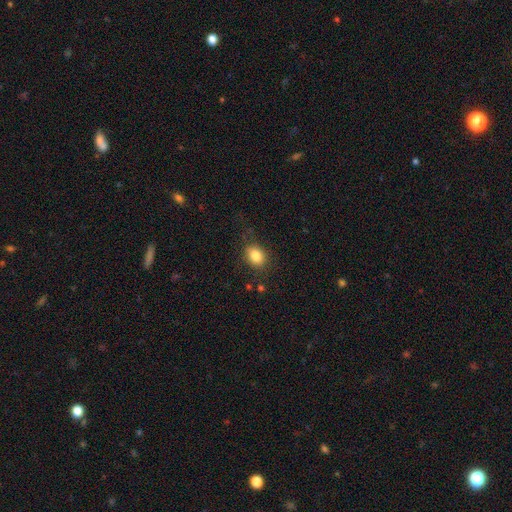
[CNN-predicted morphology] smooth-or-featured: smooth: 84% | star or artifact: 9% | featured or disk: 7%
  how-rounded: in between: 59% | round: 40% | cigar-shaped: 1%
  merging: none: 79% | minor disturbance: 15% | major disturbance: 5% | merger: 2%